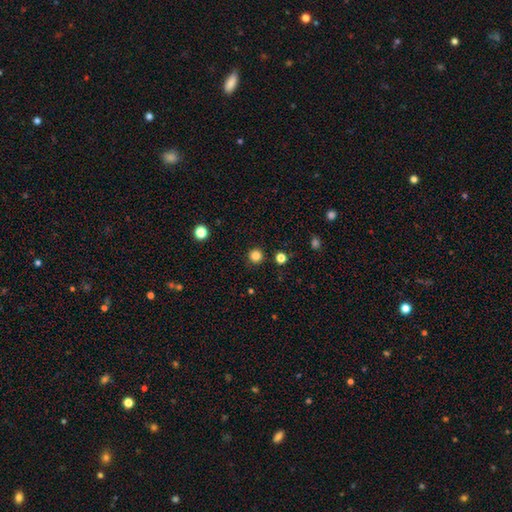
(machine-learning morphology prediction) smooth-or-featured: smooth: 83% | star or artifact: 13% | featured or disk: 4%
  how-rounded: round: 96% | in between: 3% | cigar-shaped: 1%
  merging: none: 92% | minor disturbance: 5% | major disturbance: 2% | merger: 1%